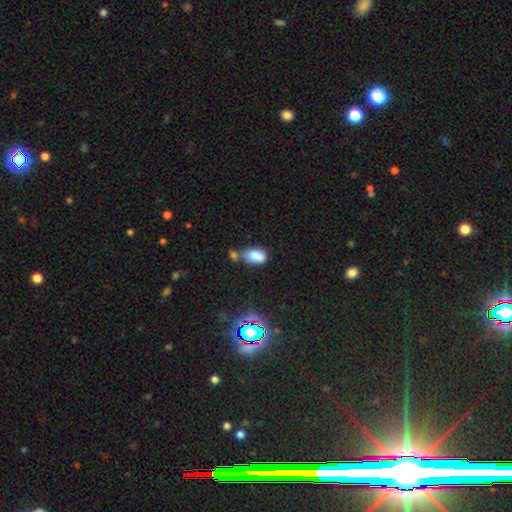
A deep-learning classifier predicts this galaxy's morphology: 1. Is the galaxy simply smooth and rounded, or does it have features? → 80% smooth, 12% star or artifact, 9% featured or disk.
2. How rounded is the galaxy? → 90% in between, 8% round, 2% cigar-shaped.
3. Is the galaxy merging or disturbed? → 43% none, 33% merger, 18% minor disturbance, 6% major disturbance.